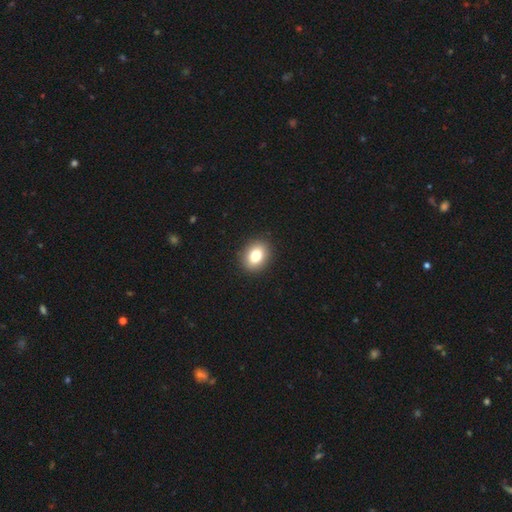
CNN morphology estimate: The model was most divided on "how rounded": in between: 60%, round: 38%, cigar-shaped: 1%. More confident: merging — none (91%); smooth or featured — smooth (79%).